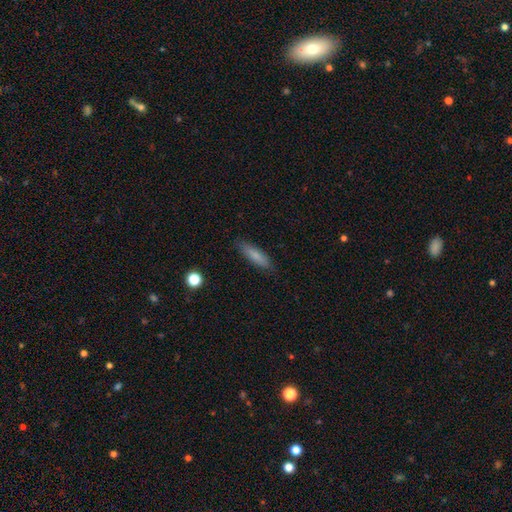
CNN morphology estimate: This is clearly a smooth galaxy (82%). How rounded: likely cigar-shaped (64%). Merging: clearly none (86%).